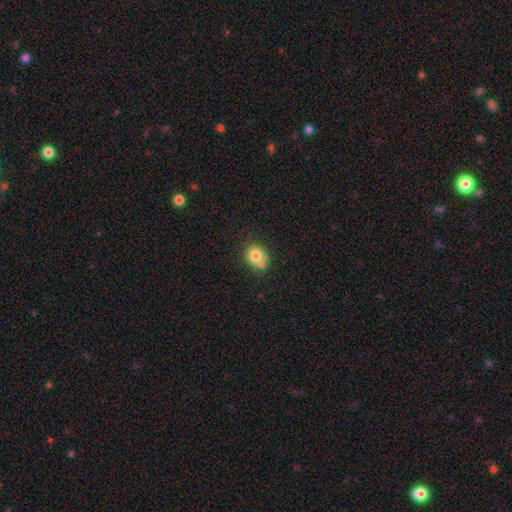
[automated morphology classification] A smooth galaxy with no disk features (76%) that is round (76%).

Vote fractions:
- Smooth or featured? smooth: 76% / featured or disk: 13% / star or artifact: 10%
- How rounded? round: 76% / in between: 24% / cigar-shaped: 1%
- Merging? none: 51% / merger: 29% / minor disturbance: 16% / major disturbance: 5%